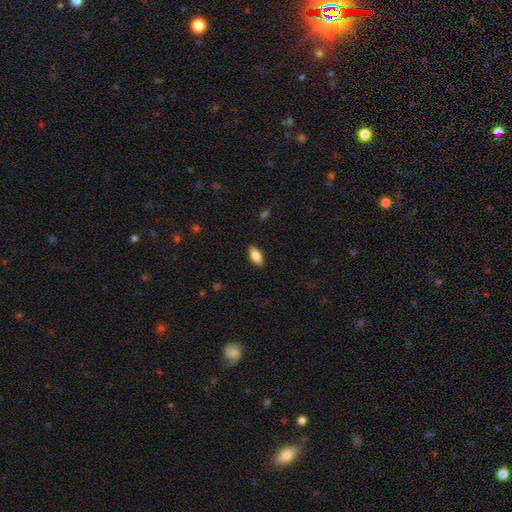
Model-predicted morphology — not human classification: Q: Smooth or featured?
A: smooth (77%); runner-up: featured or disk (16%)
Q: How rounded?
A: in between (83%); runner-up: cigar-shaped (15%)
Q: Merging?
A: none (88%); runner-up: minor disturbance (9%)